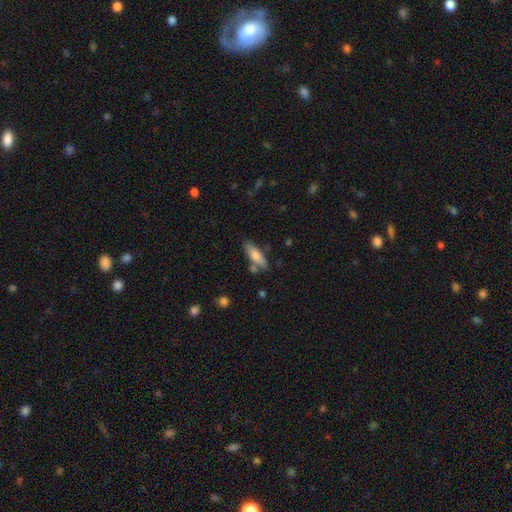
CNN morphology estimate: This appears to be a smooth galaxy with no disk features (73%) that is cigar-shaped (51%). Merging: none (72%).